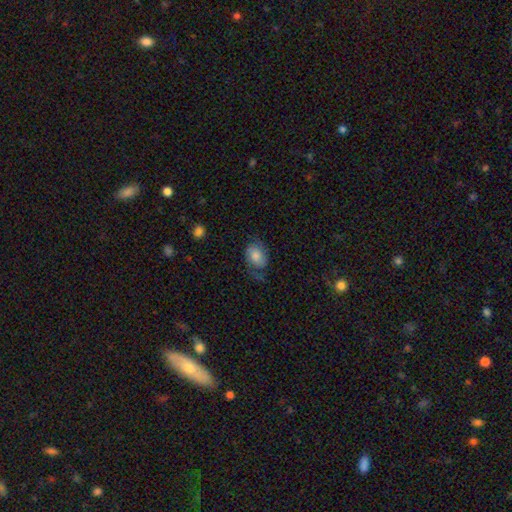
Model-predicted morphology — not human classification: Overall: smooth (57%; featured or disk 35%). How rounded: in between (77%). Merging: none (52%; minor disturbance 26%).